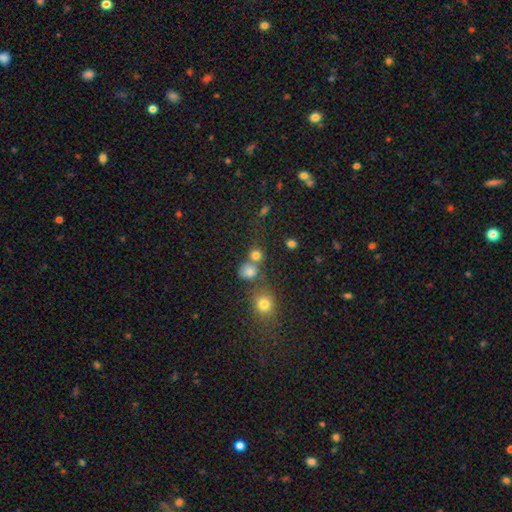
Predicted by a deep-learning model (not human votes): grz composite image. It shows a smooth galaxy with no disk features (77%) that is round (86%). Merging: none (56%).